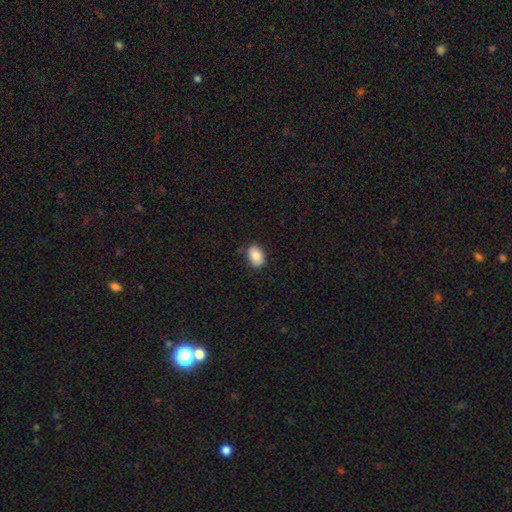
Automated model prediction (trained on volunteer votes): smooth_or_featured: smooth (p=0.84) [alt: featured or disk p=0.08]
how_rounded: in between (p=0.81) [alt: round p=0.18]
merging: none (p=0.82) [alt: minor disturbance p=0.14]